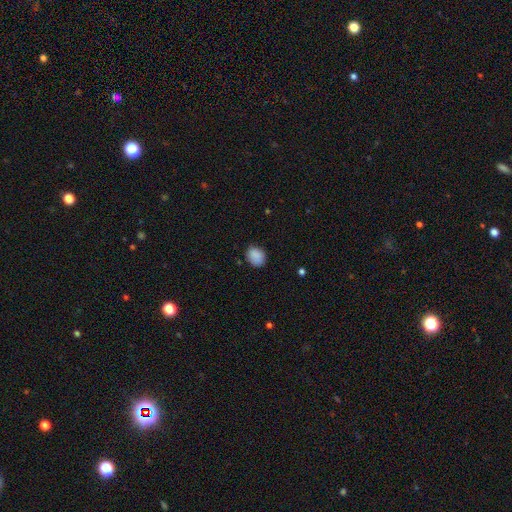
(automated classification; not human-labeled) A smooth galaxy with no disk features (88%) that is in between round and cigar-shaped (52%).

Vote fractions:
- Smooth or featured? smooth: 88% / star or artifact: 8% / featured or disk: 3%
- How rounded? in between: 52% / round: 47% / cigar-shaped: 1%
- Merging? none: 82% / minor disturbance: 14% / major disturbance: 3% / merger: 1%